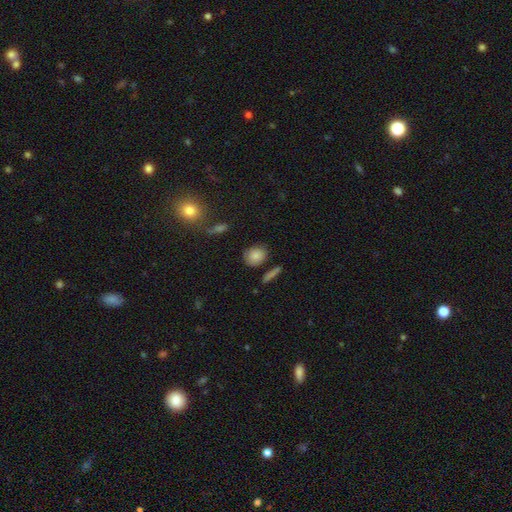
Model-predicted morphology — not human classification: A smooth galaxy with no disk features (82%) that is round (55%).

Vote fractions:
- Smooth or featured? smooth: 82% / star or artifact: 9% / featured or disk: 9%
- How rounded? round: 55% / in between: 42% / cigar-shaped: 3%
- Merging? none: 79% / minor disturbance: 12% / merger: 5% / major disturbance: 3%